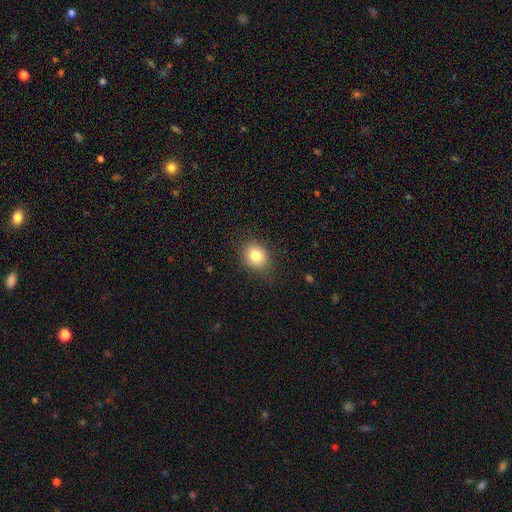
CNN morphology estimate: Smooth or featured: smooth — 80% (star or artifact — 10%)
How rounded: round — 59% (in between — 40%)
Merging: none — 82% (minor disturbance — 13%)